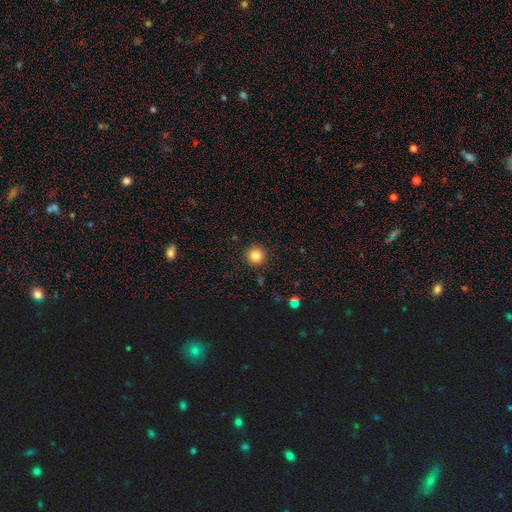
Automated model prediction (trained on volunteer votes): The model was most divided on "smooth or featured": smooth: 84%, star or artifact: 11%, featured or disk: 5%. More confident: how rounded — round (95%); merging — none (92%).